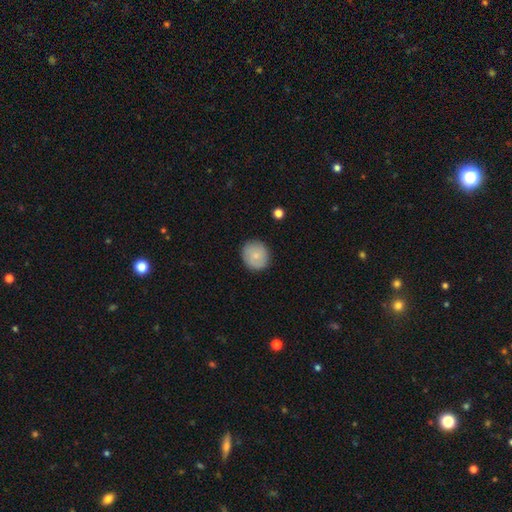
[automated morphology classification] This appears to be a smooth galaxy with no disk features (77%) that is round (86%). Merging: none (87%).